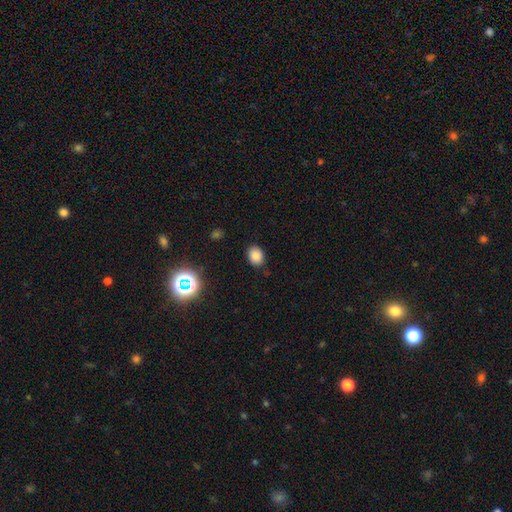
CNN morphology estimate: A smooth galaxy with no disk features (80%) that is in between round and cigar-shaped (63%).

Vote fractions:
- Smooth or featured? smooth: 80% / star or artifact: 14% / featured or disk: 6%
- How rounded? in between: 63% / round: 37% / cigar-shaped: 1%
- Merging? none: 85% / minor disturbance: 11% / major disturbance: 3% / merger: 2%